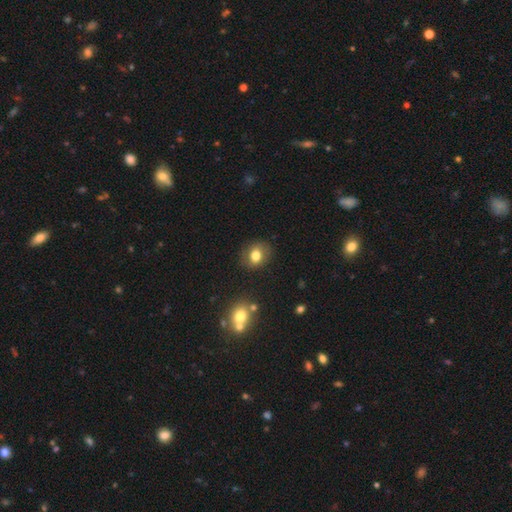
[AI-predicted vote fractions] smooth-or-featured: smooth: 78% | featured or disk: 12% | star or artifact: 10%
  how-rounded: round: 55% | in between: 44% | cigar-shaped: 1%
  merging: none: 82% | minor disturbance: 12% | major disturbance: 4% | merger: 3%